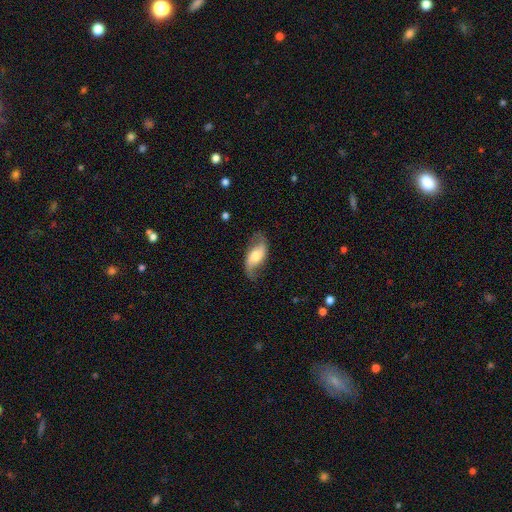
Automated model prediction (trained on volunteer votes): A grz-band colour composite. It shows a featured or disk galaxy (71%) with no bar (47%), 2 (90%) loose (72%) spiral arms (91%) and a moderate central bulge (55%). Merging: none (71%).